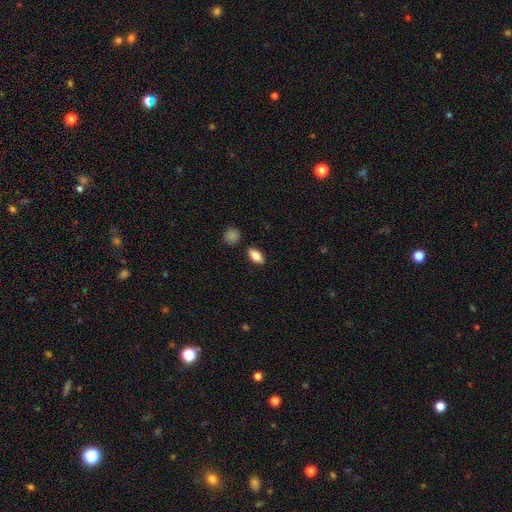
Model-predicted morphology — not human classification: smooth_or_featured: smooth (p=0.82) [alt: featured or disk p=0.10]
how_rounded: in between (p=0.89) [alt: cigar-shaped p=0.06]
merging: none (p=0.87) [alt: minor disturbance p=0.08]